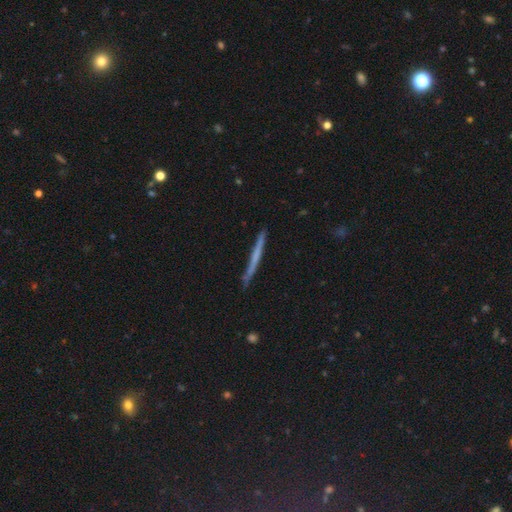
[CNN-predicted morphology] Q: Smooth or featured?
A: smooth (48%); runner-up: featured or disk (46%)
Q: Merging?
A: none (87%); runner-up: minor disturbance (10%)